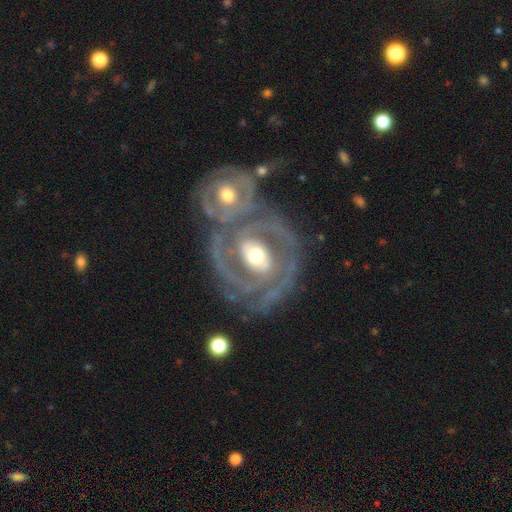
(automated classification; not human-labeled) Smooth or featured?
  - featured or disk: 89% *
  - smooth: 7%
  - star or artifact: 5%
Edge-on disk?
  - no: 97% *
  - yes: 3%
Bar?
  - no: 36% *
  - weak: 32%
  - strong: 32%
Spiral arms?
  - yes: 93% *
  - no: 7%
Spiral winding?
  - tight: 53% *
  - medium: 37%
  - loose: 10%
Spiral arm count?
  - 2: 66% *
  - 3: 11%
  - can't tell: 10%
  - 1: 4%
  - 4: 4%
  - more than 4: 4%
Bulge size?
  - moderate: 70% *
  - large: 16%
  - small: 11%
  - dominant: 2%
  - none: 1%
Merging?
  - none: 39% * (tied)
  - merger: 39% * (tied)
  - minor disturbance: 12%
  - major disturbance: 9%